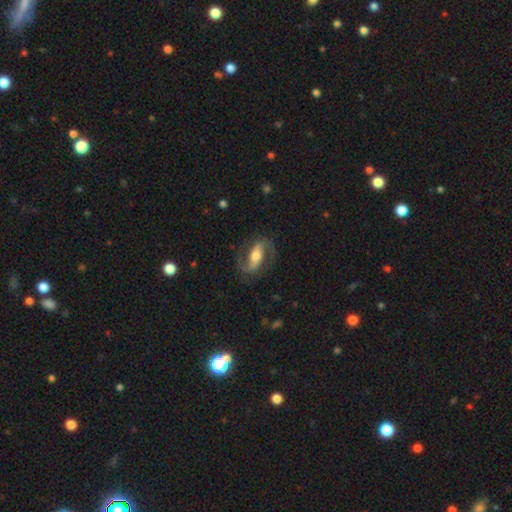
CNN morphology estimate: A featured or disk galaxy (81%) with a strong bar (53%), 2 (91%) medium (52%) spiral arms (91%) and a moderate central bulge (60%).

Vote fractions:
- Smooth or featured? featured or disk: 81% / smooth: 14% / star or artifact: 5%
- Edge-on disk? no: 94% / yes: 6%
- Bar? strong: 53% / weak: 28% / no: 19%
- Spiral arms? yes: 91% / no: 9%
- Spiral winding? medium: 52% / loose: 26% / tight: 22%
- Spiral arm count? 2: 91% / can't tell: 3% / 1: 3% / 3: 1% / 4: 1% / more than 4: 1%
- Bulge size? moderate: 60% / small: 19% / large: 17% / none: 2% / dominant: 2%
- Merging? none: 78% / minor disturbance: 12% / major disturbance: 8% / merger: 1%